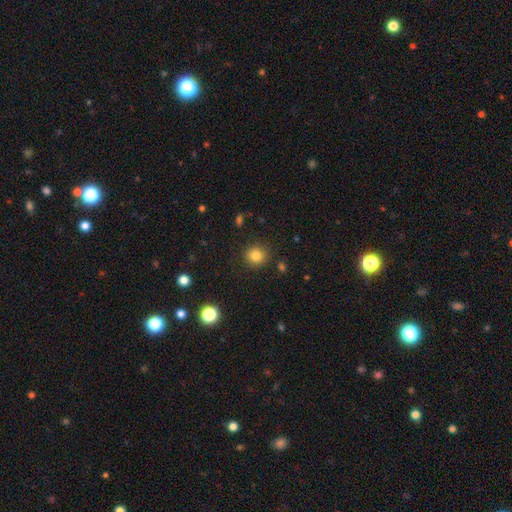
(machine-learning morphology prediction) Smooth or featured?
  - smooth: 82% *
  - star or artifact: 12%
  - featured or disk: 6%
How rounded?
  - round: 89% *
  - in between: 10%
  - cigar-shaped: 1%
Merging?
  - none: 89% *
  - minor disturbance: 7%
  - major disturbance: 2%
  - merger: 2%